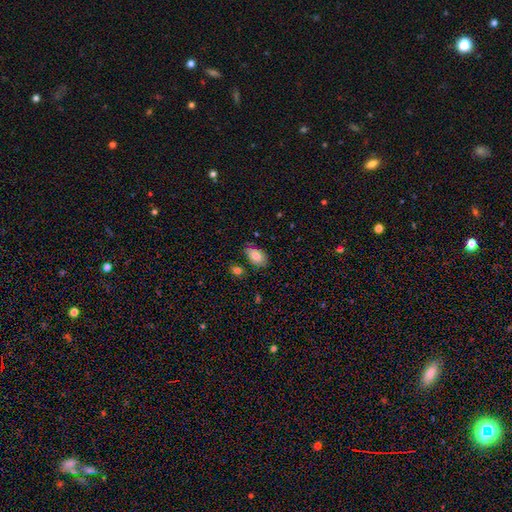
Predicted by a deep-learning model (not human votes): The model was most divided on "merging": none: 68%, minor disturbance: 23%, major disturbance: 5%, merger: 5%. More confident: how rounded — in between (92%); smooth or featured — smooth (80%).